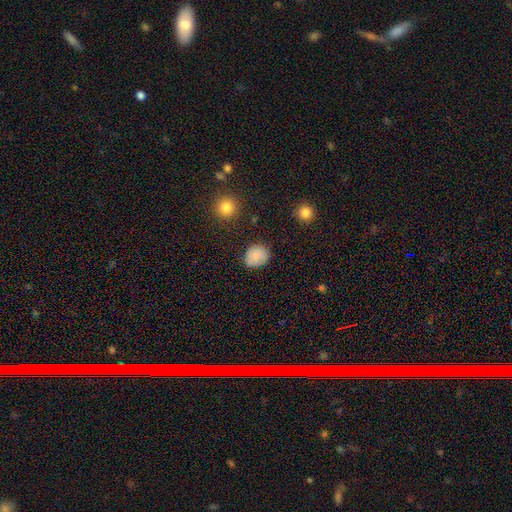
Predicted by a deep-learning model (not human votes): Smooth or featured? Predicted: smooth (p=0.82). How rounded? Predicted: round (p=0.71). Merging? Predicted: none (p=0.78).